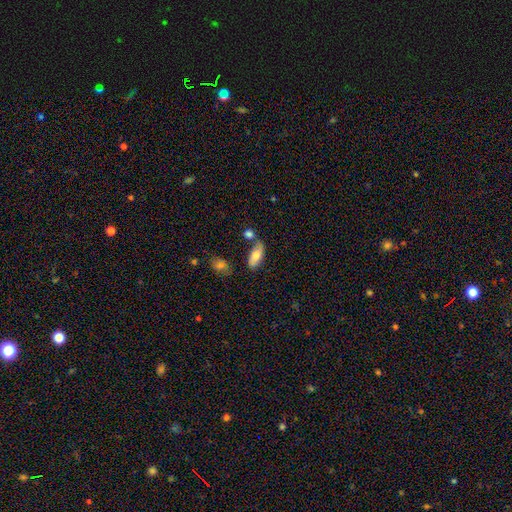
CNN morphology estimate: Smooth or featured? Predicted: smooth (p=0.74). How rounded? Predicted: in between (p=0.86). Merging? Predicted: none (p=0.62).